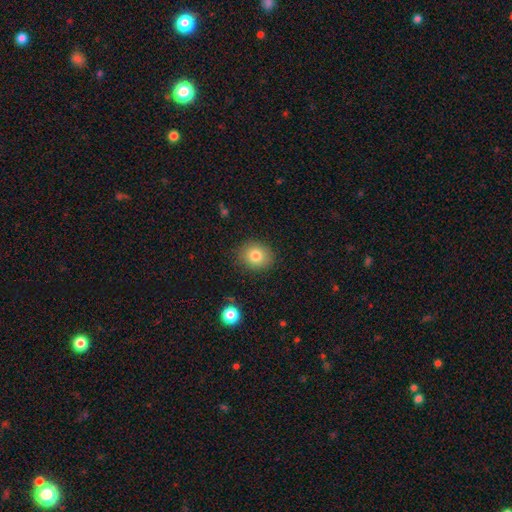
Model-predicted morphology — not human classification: Smooth or featured? smooth (81%)
How rounded? round (69%)
Merging? none (87%)